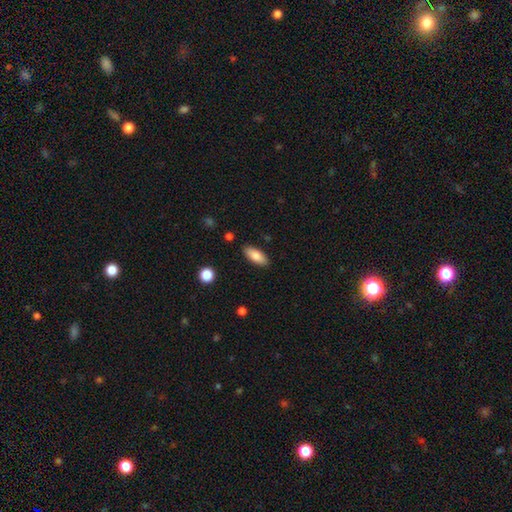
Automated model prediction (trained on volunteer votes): Q: Smooth or featured?
A: smooth (81%); runner-up: featured or disk (12%)
Q: How rounded?
A: in between (83%); runner-up: cigar-shaped (15%)
Q: Merging?
A: none (87%); runner-up: minor disturbance (9%)